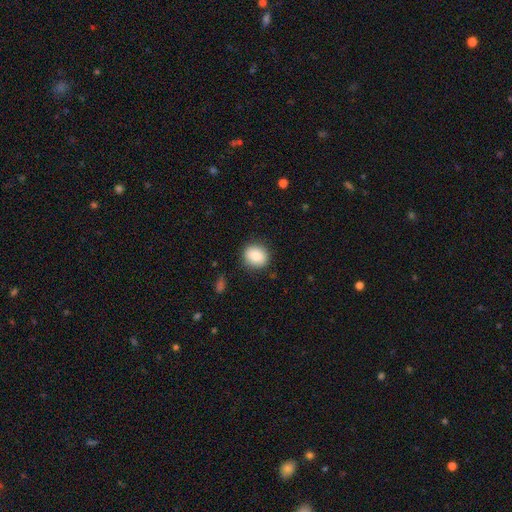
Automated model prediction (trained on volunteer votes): A smooth galaxy with no disk features (87%) that is round (73%). Merging: none (87%).